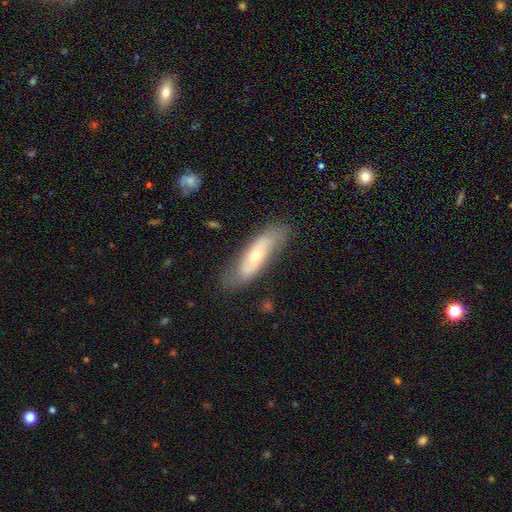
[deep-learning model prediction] featured or disk 53%, smooth 41%, star or artifact 6%. Down the decision tree: edge-on disk — no (73%); merging — none (74%).